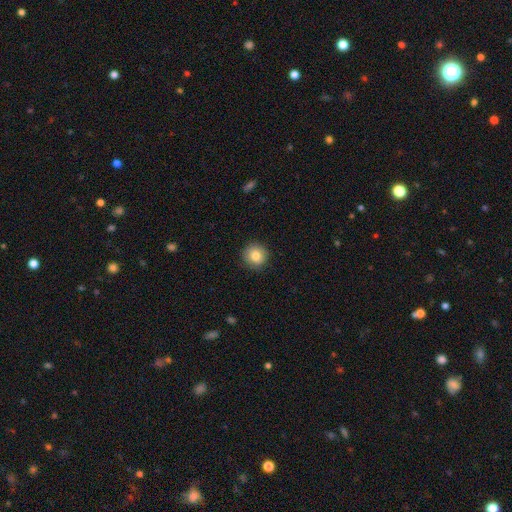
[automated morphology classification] This appears to be a smooth galaxy with no disk features (81%) that is round (93%). Merging: none (88%).